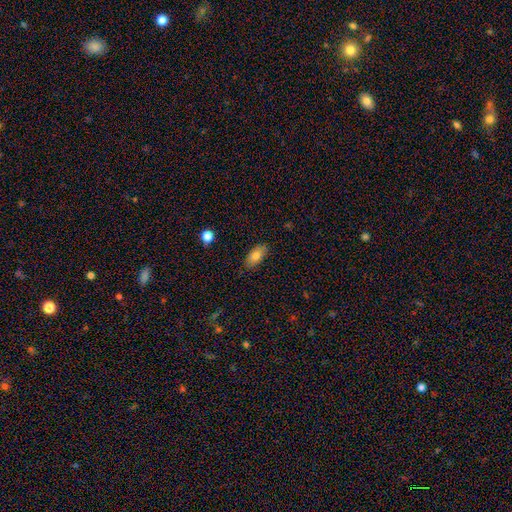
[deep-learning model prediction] Smooth or featured? smooth (81%)
How rounded? in between (91%)
Merging? none (85%)